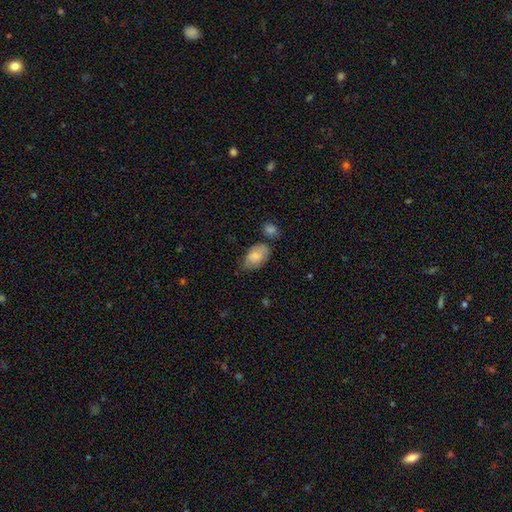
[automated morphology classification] The model was most divided on "merging": none: 52%, minor disturbance: 31%, merger: 9%, major disturbance: 8%. More confident: how rounded — in between (91%); smooth or featured — smooth (77%).